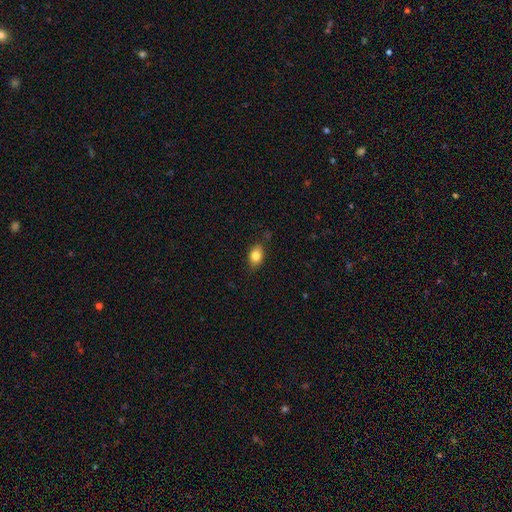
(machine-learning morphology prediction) type=smooth (84%); roundness=in between (77%); merging=none (80%).